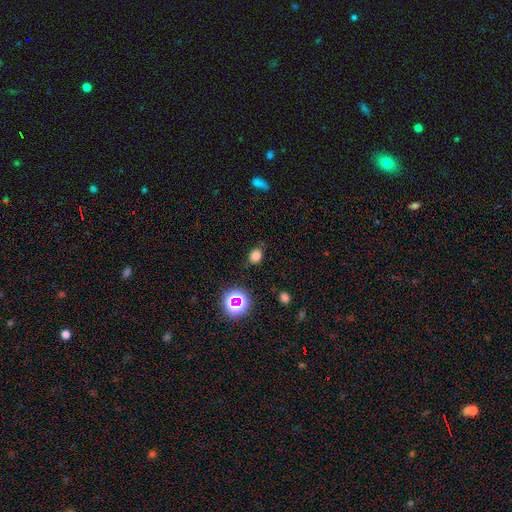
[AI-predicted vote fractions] smooth_or_featured: smooth (p=0.76) [alt: star or artifact p=0.18]
how_rounded: in between (p=0.51) [alt: round p=0.47]
merging: none (p=0.82) [alt: minor disturbance p=0.13]